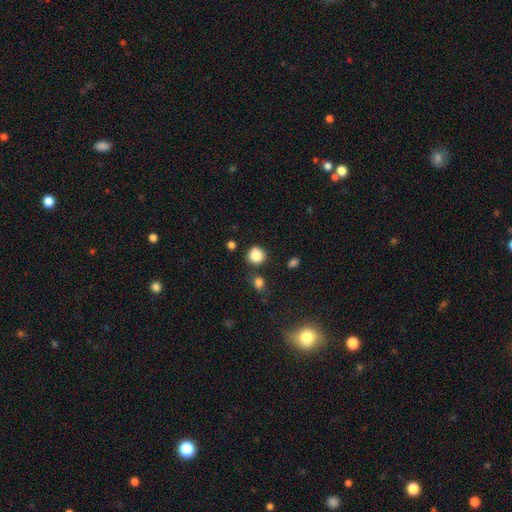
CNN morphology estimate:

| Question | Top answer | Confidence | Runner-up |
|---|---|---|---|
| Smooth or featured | smooth | 85% | star or artifact (11%) |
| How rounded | round | 89% | in between (10%) |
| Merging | none | 79% | minor disturbance (11%) |